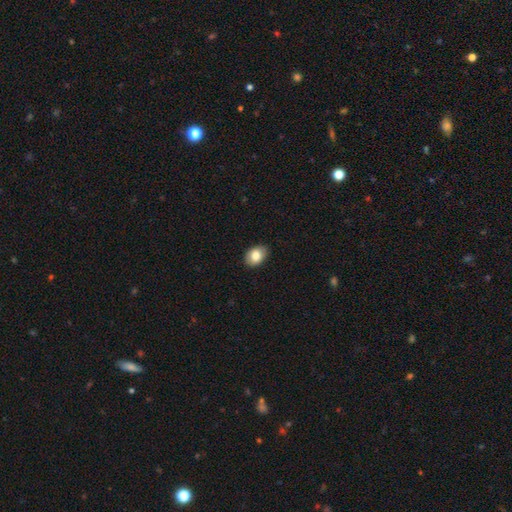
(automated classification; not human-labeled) This is clearly a smooth galaxy (82%). How rounded: likely in between (75%). Merging: clearly none (85%).